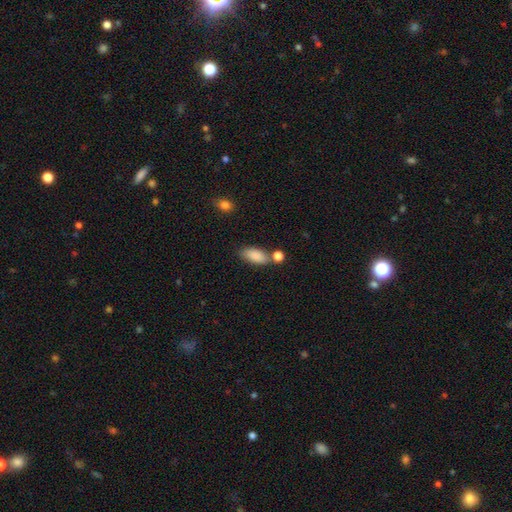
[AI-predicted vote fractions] Smooth or featured? Predicted: smooth (p=0.87). How rounded? Predicted: in between (p=0.87). Merging? Predicted: none (p=0.61).